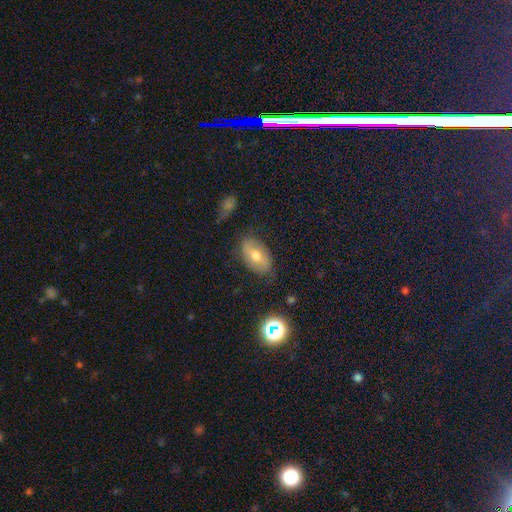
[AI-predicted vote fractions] smooth 51%, featured or disk 38%, star or artifact 11%. Down the decision tree: how rounded — in between (89%); merging — none (76%).